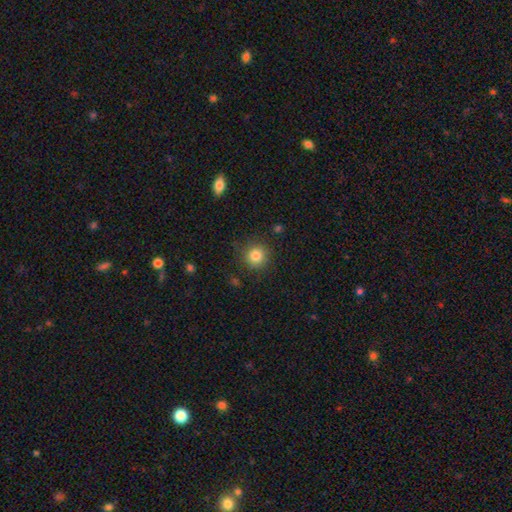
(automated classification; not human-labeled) This appears to be a smooth galaxy with no disk features (83%) that is round (94%). Merging: none (87%).